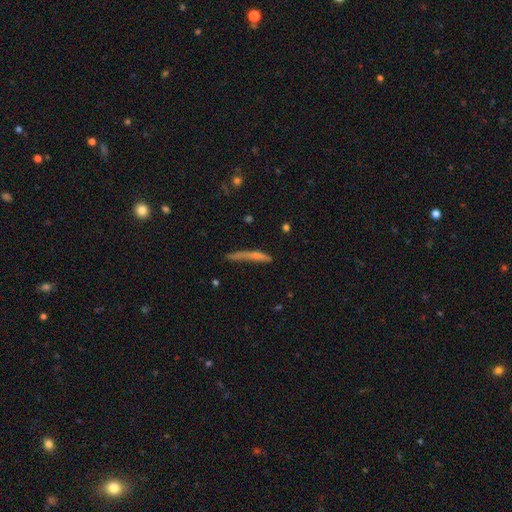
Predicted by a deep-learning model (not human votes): Overall: smooth (49%; featured or disk 39%). Merging: none (54%; minor disturbance 26%).